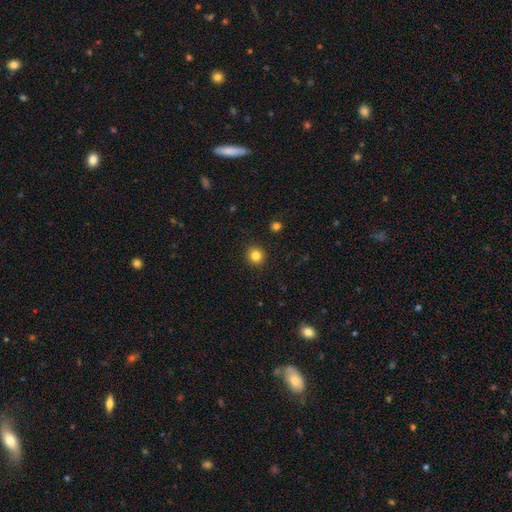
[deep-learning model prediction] Smooth or featured? smooth (83%)
How rounded? round (91%)
Merging? none (92%)